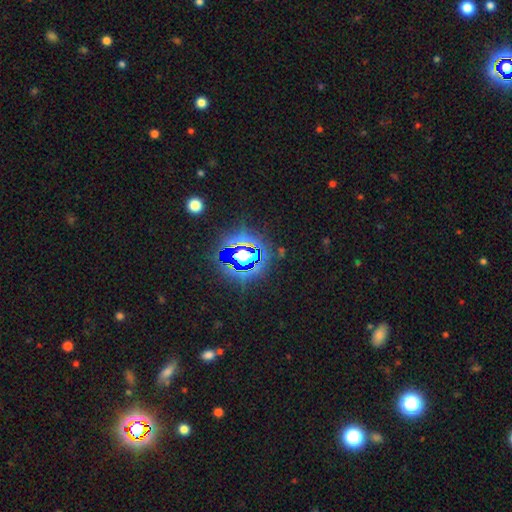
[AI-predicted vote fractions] smooth_or_featured: star or artifact (p=0.75) [alt: smooth p=0.14]